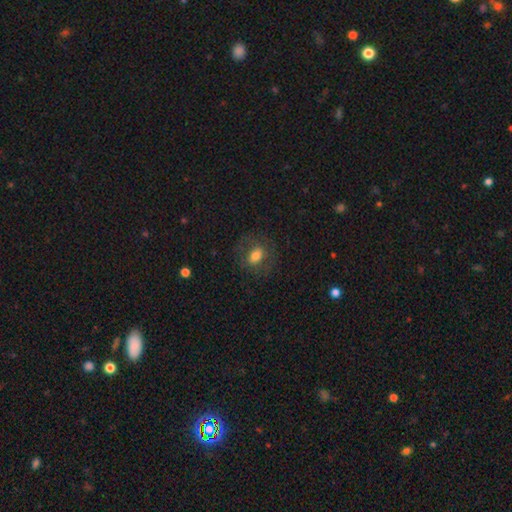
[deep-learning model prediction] This appears to be a smooth galaxy with no disk features (67%) that is in between round and cigar-shaped (54%). Merging: none (75%).